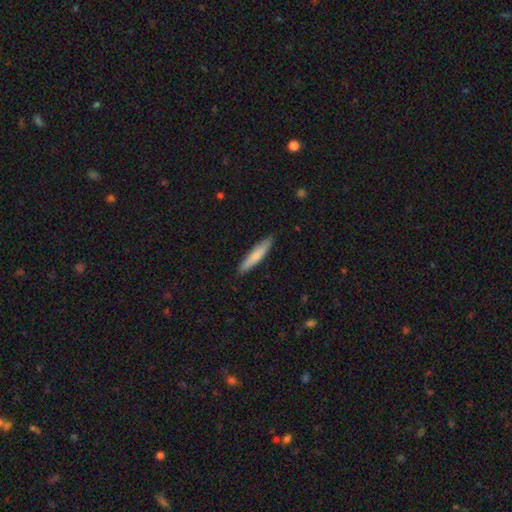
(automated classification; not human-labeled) smooth 74%, featured or disk 21%, star or artifact 5%. Down the decision tree: how rounded — cigar-shaped (88%); merging — none (87%).